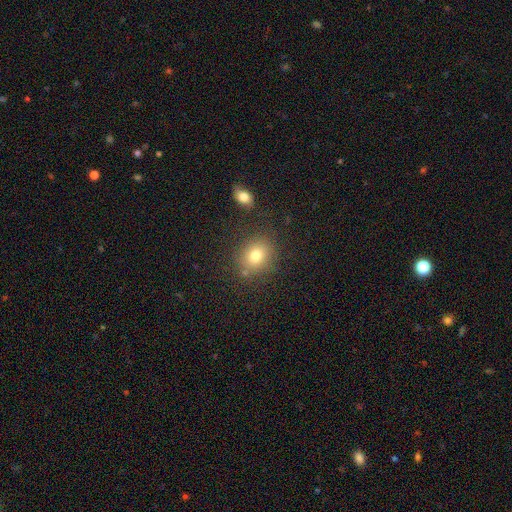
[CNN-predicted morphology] A smooth galaxy with no disk features (77%) that is round (64%).

Vote fractions:
- Smooth or featured? smooth: 77% / star or artifact: 13% / featured or disk: 10%
- How rounded? round: 64% / in between: 35% / cigar-shaped: 1%
- Merging? none: 80% / minor disturbance: 11% / merger: 5% / major disturbance: 4%